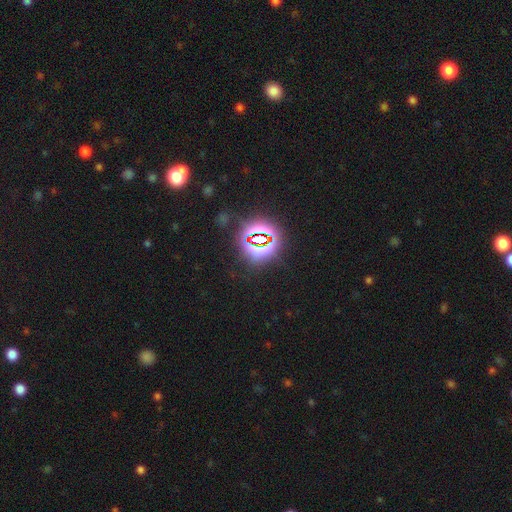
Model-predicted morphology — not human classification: Overall: star or artifact (78%).